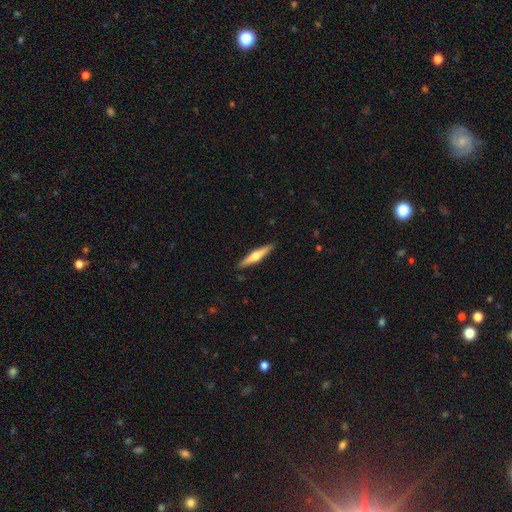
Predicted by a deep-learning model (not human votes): Smooth or featured? Predicted: featured or disk (p=0.59). Edge-on disk? Predicted: yes (p=0.97). Edge-on bulge? Predicted: rounded (p=0.91). Merging? Predicted: none (p=0.90).